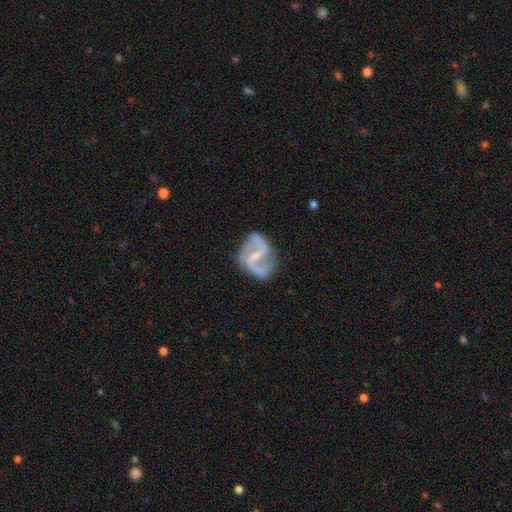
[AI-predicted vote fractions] Morphology: type=featured or disk (89%); edge-on=no (98%); bar=weak (42%); spiral arms=yes (96%); winding=loose (50%); arm count=2 (92%); bulge=small (68%); merging=none (71%).